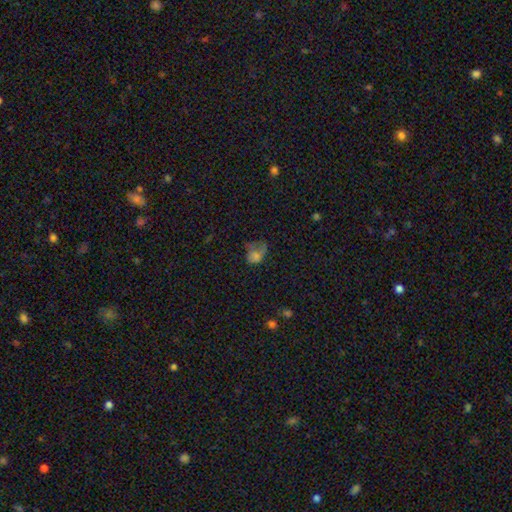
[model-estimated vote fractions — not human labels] A smooth galaxy with no disk features (61%) that is in between round and cigar-shaped (62%).

Vote fractions:
- Smooth or featured? smooth: 61% / featured or disk: 22% / star or artifact: 17%
- How rounded? in between: 62% / round: 37% / cigar-shaped: 2%
- Merging? major disturbance: 43% / none: 26% / minor disturbance: 25% / merger: 6%